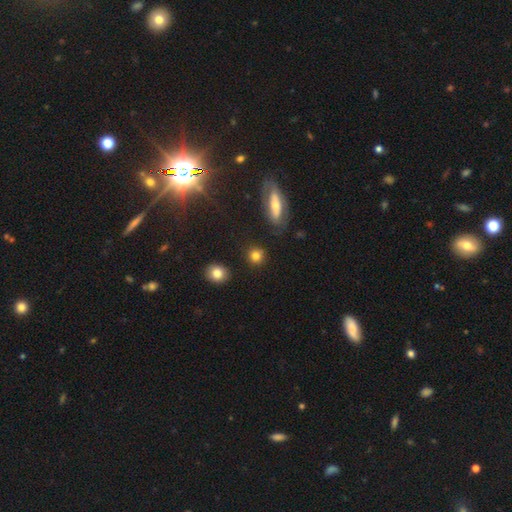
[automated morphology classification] This is clearly a smooth galaxy (83%). How rounded: clearly round (90%). Merging: clearly none (87%).